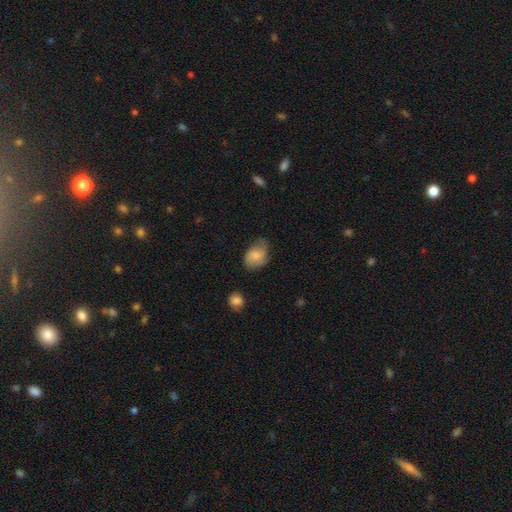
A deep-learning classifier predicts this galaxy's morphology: Q: Smooth or featured?
A: smooth (65%); runner-up: featured or disk (28%)
Q: How rounded?
A: in between (73%); runner-up: round (26%)
Q: Merging?
A: none (51%); runner-up: minor disturbance (36%)